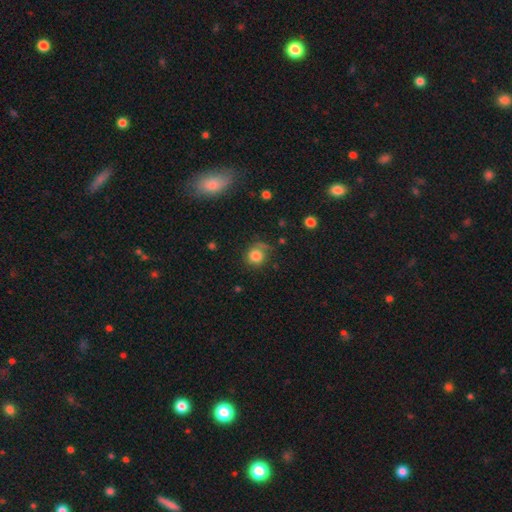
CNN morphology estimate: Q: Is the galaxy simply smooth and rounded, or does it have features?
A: smooth — 80%.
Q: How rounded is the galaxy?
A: round — 84%.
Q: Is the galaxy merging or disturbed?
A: none — 62%.